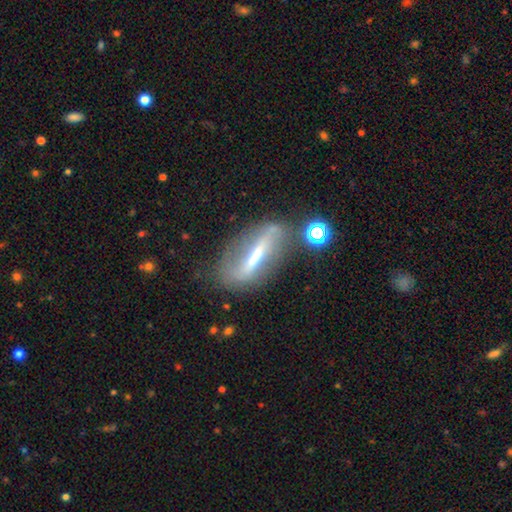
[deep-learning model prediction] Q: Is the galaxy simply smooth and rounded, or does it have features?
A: featured or disk — 65%.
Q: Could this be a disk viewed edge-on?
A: no — 64%.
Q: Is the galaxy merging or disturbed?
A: none — 57%.